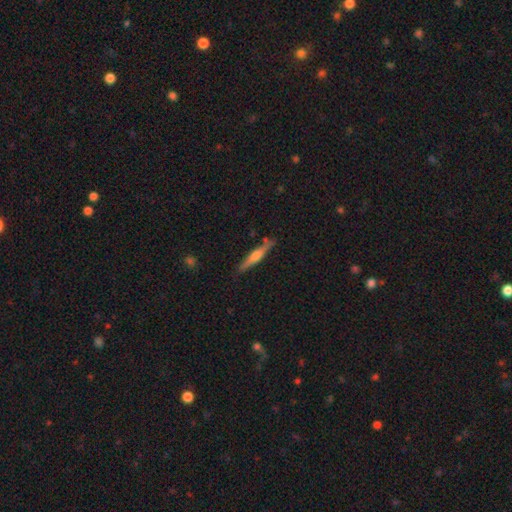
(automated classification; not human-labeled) smooth-or-featured: featured or disk: 61% | smooth: 33% | star or artifact: 6%
  disk-edge-on: yes: 97% | no: 3%
    edge-on-bulge: rounded: 75% | boxy: 15% | none: 11%
  merging: none: 86% | minor disturbance: 10% | merger: 2% | major disturbance: 2%